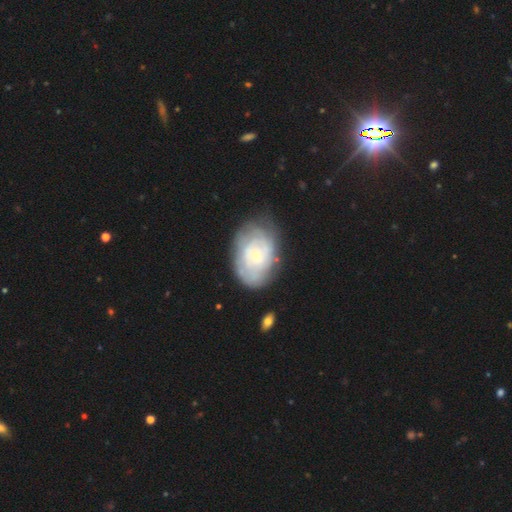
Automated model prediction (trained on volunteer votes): A featured or disk galaxy (64%) with no bar (81%), spiral arms (71%) and a small central bulge (76%).

Vote fractions:
- Smooth or featured? featured or disk: 64% / smooth: 30% / star or artifact: 6%
- Edge-on disk? no: 97% / yes: 3%
- Bar? no: 81% / weak: 16% / strong: 3%
- Spiral arms? yes: 71% / no: 29%
- Bulge size? small: 76% / moderate: 18% / none: 2% / large: 2% / dominant: 1%
- Merging? none: 65% / minor disturbance: 22% / major disturbance: 10% / merger: 3%